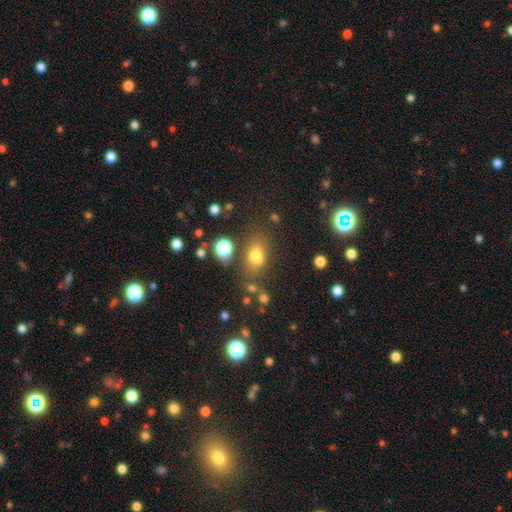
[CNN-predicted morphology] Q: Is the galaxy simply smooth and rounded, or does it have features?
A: smooth — 67%.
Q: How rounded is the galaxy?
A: in between — 67%.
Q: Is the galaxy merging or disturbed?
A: none — 57%.